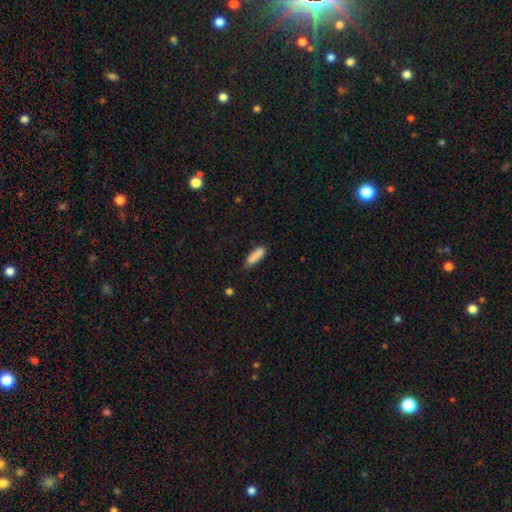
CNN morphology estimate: The model was most divided on "how rounded": cigar-shaped: 56%, in between: 42%, round: 2%. More confident: smooth or featured — smooth (87%); merging — none (70%).